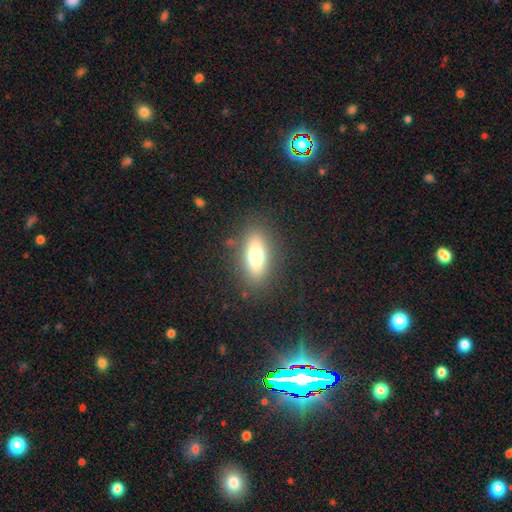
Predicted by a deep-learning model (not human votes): smooth_or_featured: smooth (p=0.66) [alt: featured or disk p=0.24]
how_rounded: in between (p=0.73) [alt: cigar-shaped p=0.21]
merging: none (p=0.85) [alt: minor disturbance p=0.10]